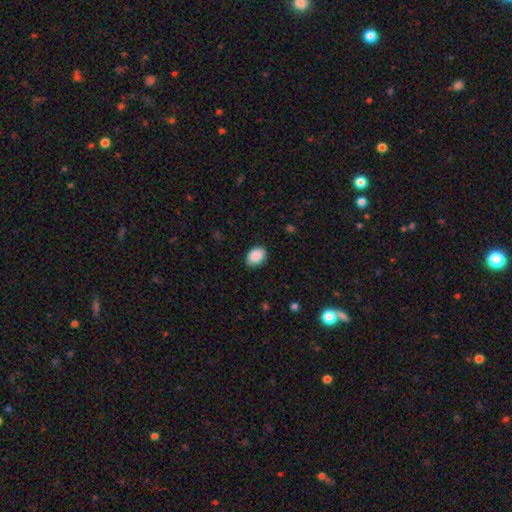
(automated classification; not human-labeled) smooth 90%, star or artifact 7%, featured or disk 4%. Down the decision tree: how rounded — in between (78%); merging — none (85%).